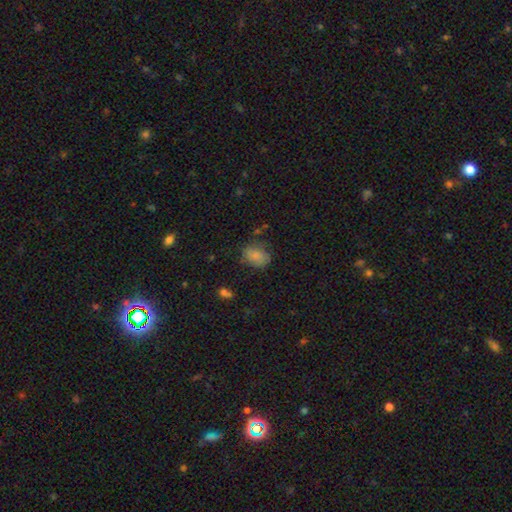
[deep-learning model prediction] Smooth or featured? smooth (79%)
How rounded? in between (65%)
Merging? none (64%)